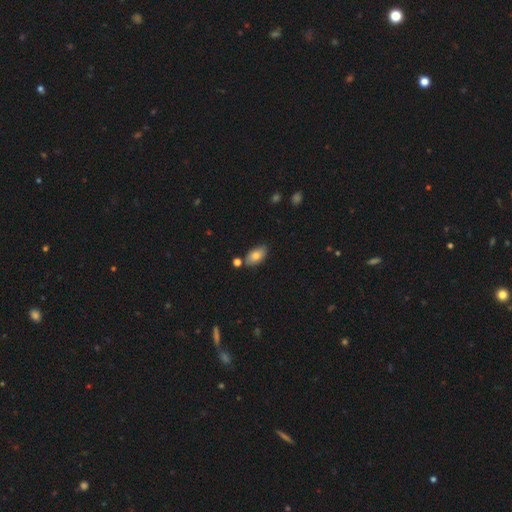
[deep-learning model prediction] Smooth or featured? smooth (79%)
How rounded? in between (92%)
Merging? none (76%)